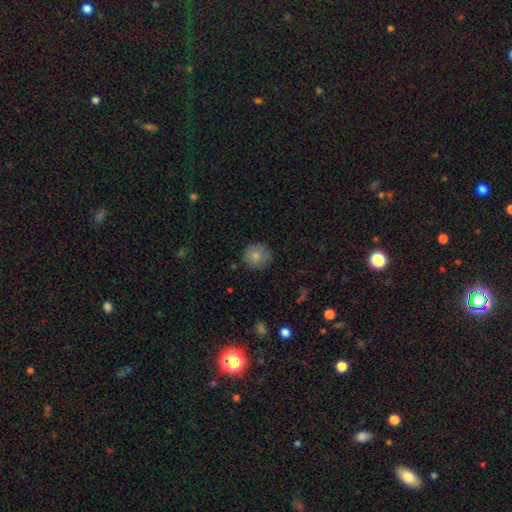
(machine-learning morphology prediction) Smooth or featured? Predicted: smooth (p=0.80). How rounded? Predicted: round (p=0.91). Merging? Predicted: none (p=0.83).